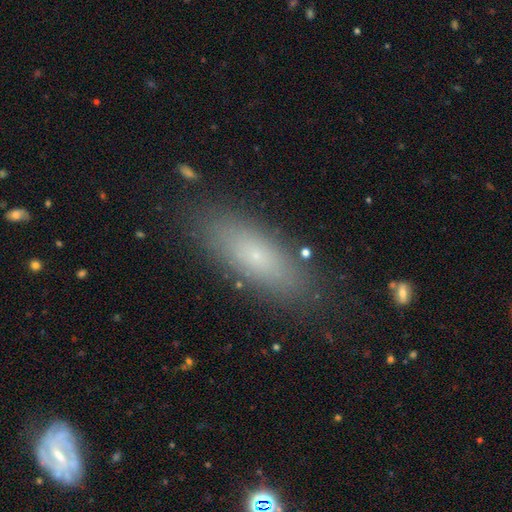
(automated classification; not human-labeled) The model was most divided on "how rounded": in between: 60%, cigar-shaped: 37%, round: 3%. More confident: merging — none (85%); smooth or featured — smooth (68%).